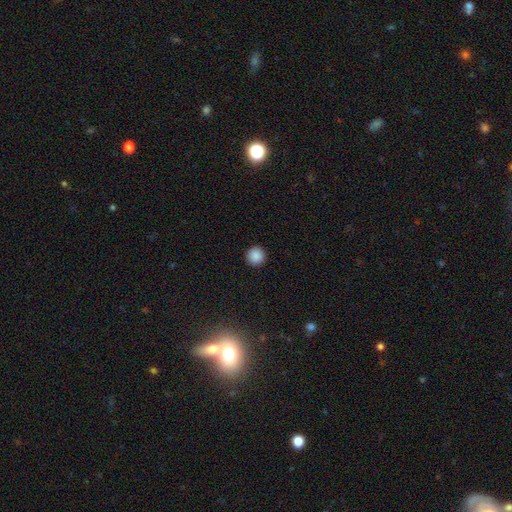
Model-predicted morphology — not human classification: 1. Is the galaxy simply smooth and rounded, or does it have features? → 88% smooth, 10% star or artifact, 2% featured or disk.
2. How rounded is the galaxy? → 96% round, 3% in between, 1% cigar-shaped.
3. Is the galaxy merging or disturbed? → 93% none, 4% minor disturbance, 2% major disturbance, 1% merger.